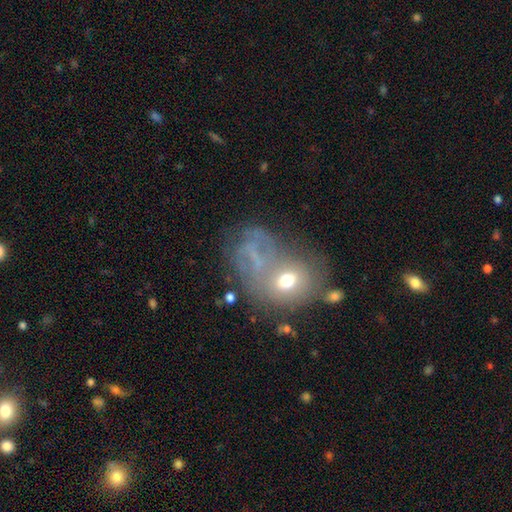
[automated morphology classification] type=featured or disk (42%); merging=none (35%).